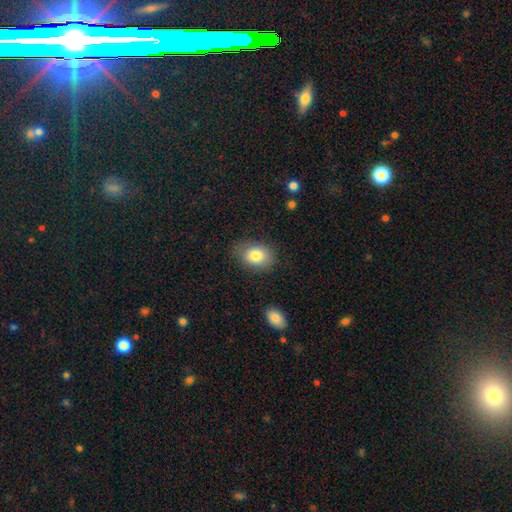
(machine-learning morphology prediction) A smooth galaxy with no disk features (82%) that is in between round and cigar-shaped (73%).

Vote fractions:
- Smooth or featured? smooth: 82% / featured or disk: 11% / star or artifact: 8%
- How rounded? in between: 73% / round: 26% / cigar-shaped: 1%
- Merging? none: 78% / minor disturbance: 16% / major disturbance: 5% / merger: 2%